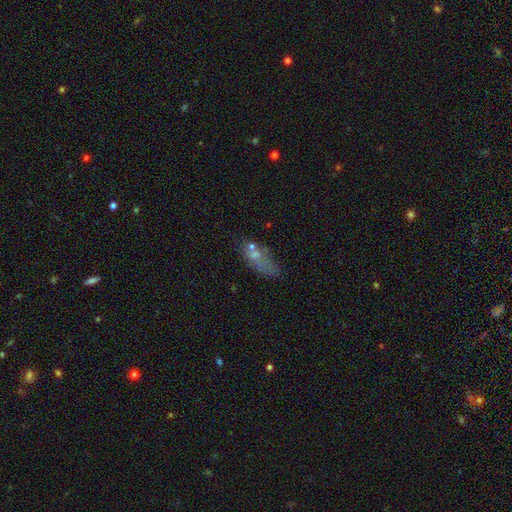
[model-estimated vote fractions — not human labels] smooth-or-featured: smooth: 55% | featured or disk: 29% | star or artifact: 16%
  how-rounded: in between: 75% | cigar-shaped: 19% | round: 6%
  merging: none: 43% | minor disturbance: 23% | major disturbance: 18% | merger: 16%